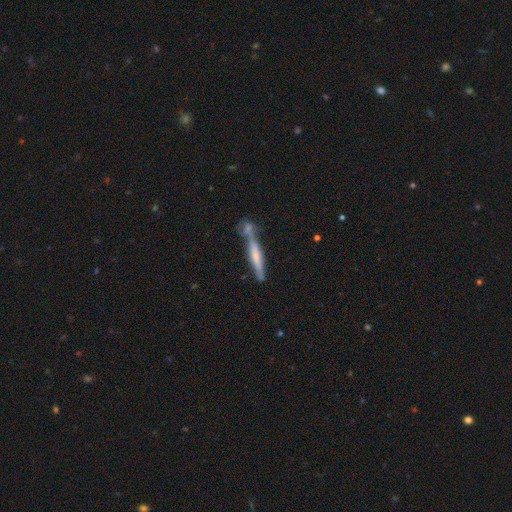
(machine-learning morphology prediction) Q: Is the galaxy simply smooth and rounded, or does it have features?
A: smooth — 48%.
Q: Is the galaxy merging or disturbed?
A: none — 53%.